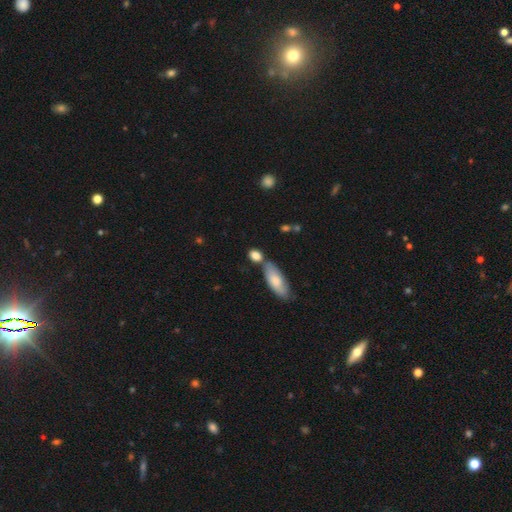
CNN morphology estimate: smooth_or_featured: smooth (p=0.82) [alt: featured or disk p=0.10]
how_rounded: in between (p=0.57) [alt: round p=0.33]
merging: none (p=0.56) [alt: merger p=0.25]